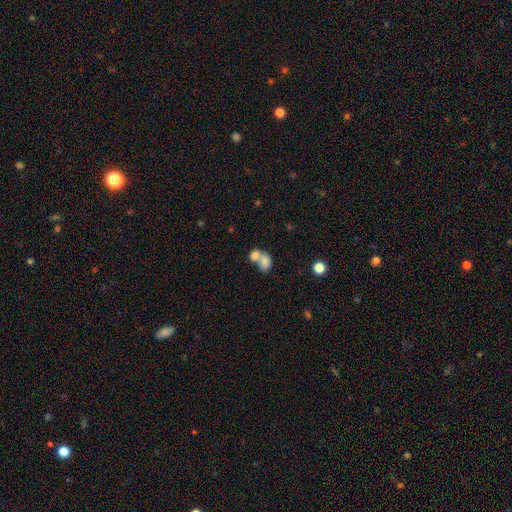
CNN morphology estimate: This appears to be a smooth galaxy with no disk features (76%) that is in between round and cigar-shaped (66%). Merging: merger (72%).